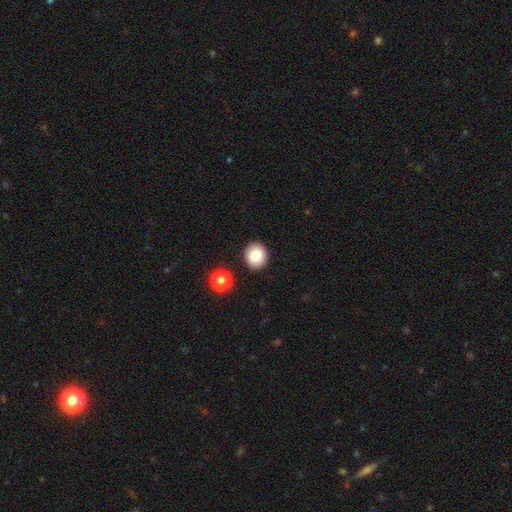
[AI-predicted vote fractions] The model was most divided on "how rounded": round: 79%, in between: 20%, cigar-shaped: 1%. More confident: merging — none (88%); smooth or featured — smooth (85%).